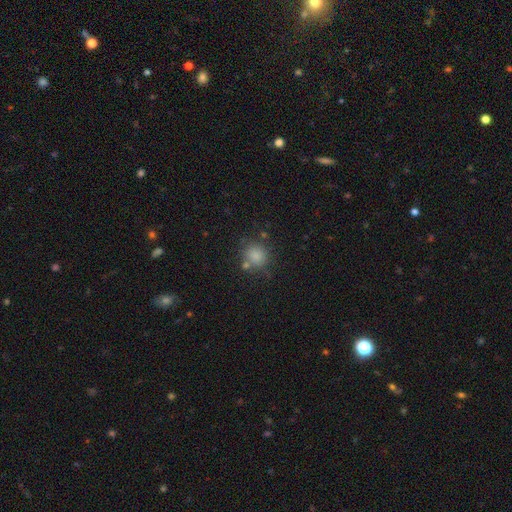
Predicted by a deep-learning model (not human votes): The model was most divided on "merging": none: 73%, minor disturbance: 12%, merger: 11%, major disturbance: 5%. More confident: how rounded — round (86%); smooth or featured — smooth (82%).